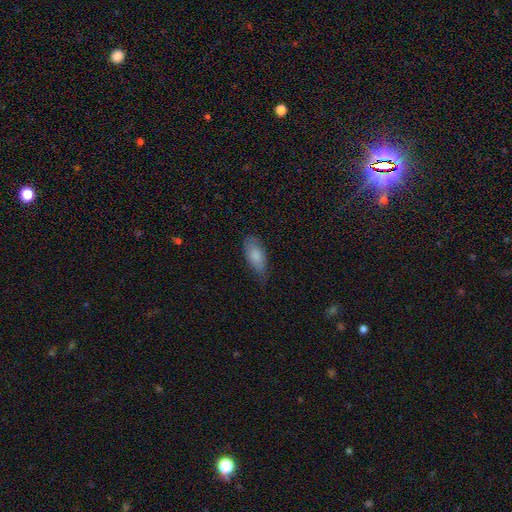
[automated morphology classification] This is clearly a smooth galaxy (81%). How rounded: clearly in between (85%). Merging: likely none (60%).